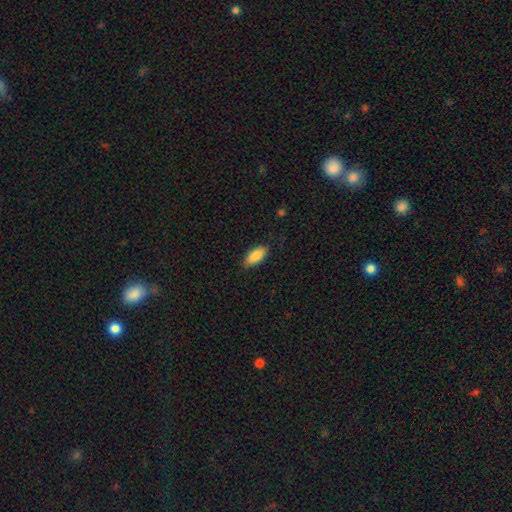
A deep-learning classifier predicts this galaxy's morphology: This is clearly a smooth galaxy (88%). How rounded: clearly in between (88%). Merging: clearly none (82%).